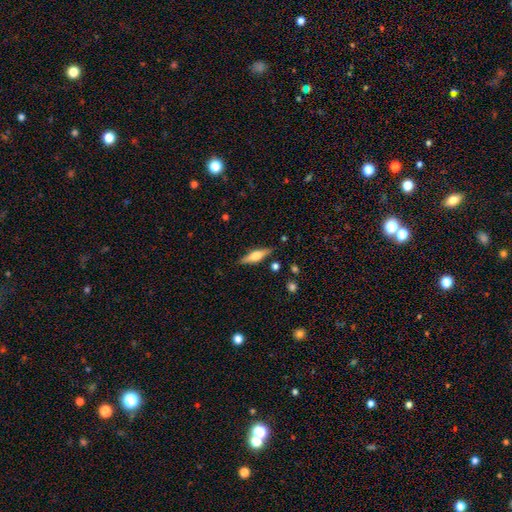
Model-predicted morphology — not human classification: Overall: featured or disk (55%; smooth 39%). Edge-on disk: yes (94%). Edge-on bulge: rounded (90%). Merging: none (86%).